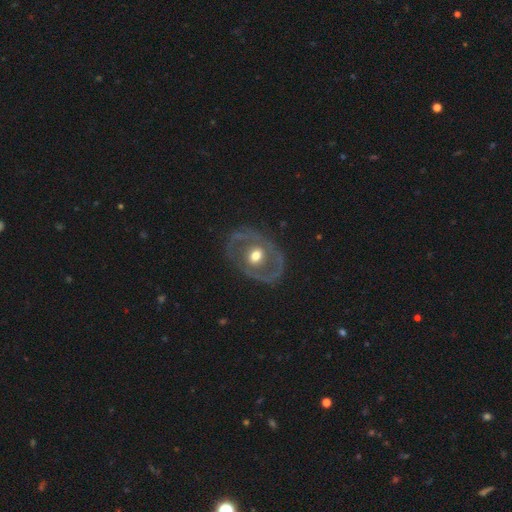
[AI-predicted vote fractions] smooth_or_featured: featured or disk (p=0.71) [alt: smooth p=0.23]
disk_edge_on: no (p=0.95) [alt: yes p=0.05]
bar: no (p=0.69) [alt: weak p=0.22]
has_spiral_arms: no (p=0.58) [alt: yes p=0.42]
bulge_size: moderate (p=0.75) [alt: large p=0.13]
merging: none (p=0.72) [alt: minor disturbance p=0.17]